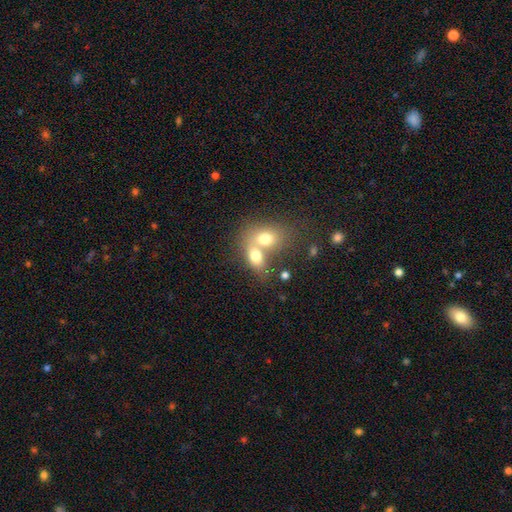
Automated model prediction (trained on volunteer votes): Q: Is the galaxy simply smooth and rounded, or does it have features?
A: smooth — 70%.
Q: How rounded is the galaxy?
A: in between — 72%.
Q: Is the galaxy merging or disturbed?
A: merger — 70%.